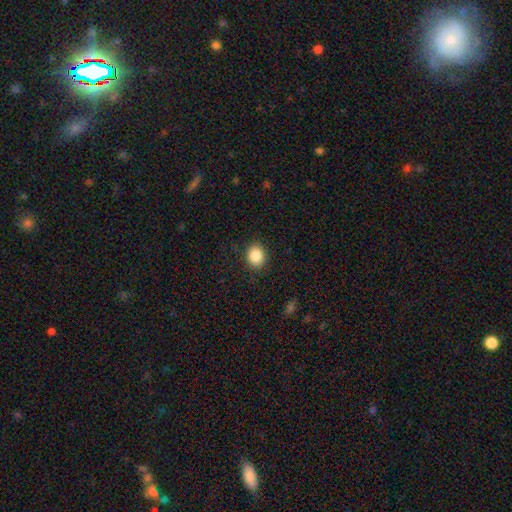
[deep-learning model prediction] This is clearly a smooth galaxy (86%). How rounded: likely round (65%). Merging: clearly none (89%).